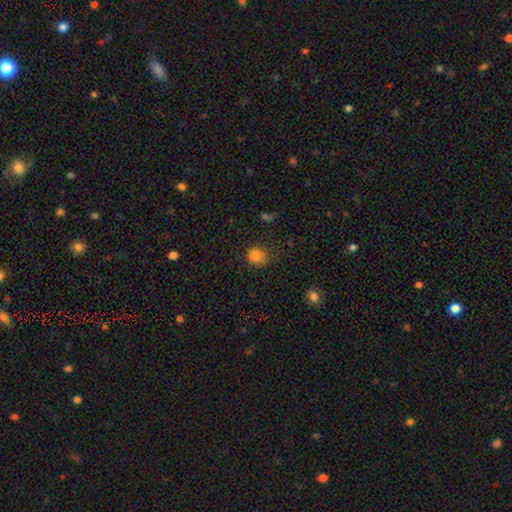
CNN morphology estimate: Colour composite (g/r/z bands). It shows a smooth galaxy with no disk features (82%) that is round (72%). Merging: none (67%).